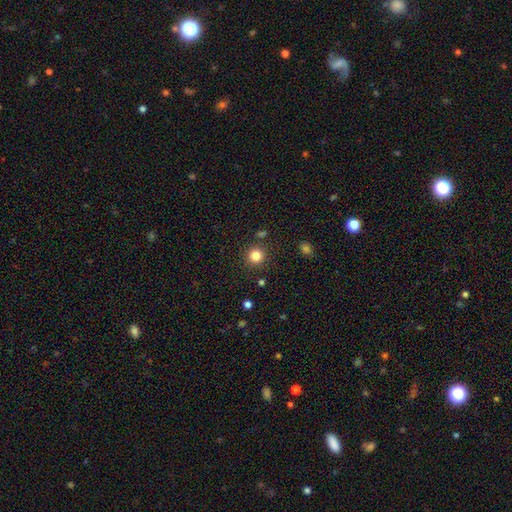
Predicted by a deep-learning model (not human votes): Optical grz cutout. It shows a smooth galaxy with no disk features (82%) that is round (94%). Merging: none (88%).